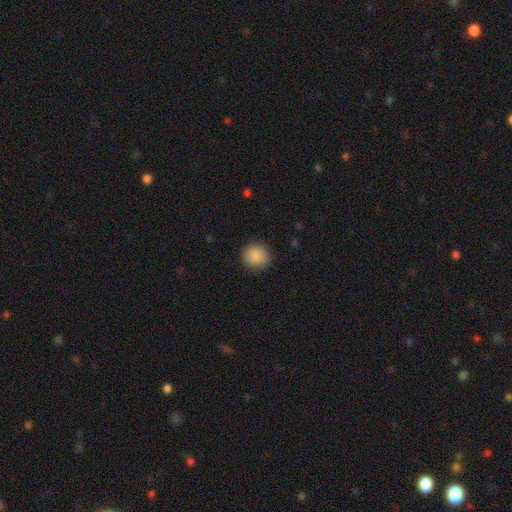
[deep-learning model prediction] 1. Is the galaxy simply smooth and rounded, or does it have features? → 88% smooth, 8% star or artifact, 4% featured or disk.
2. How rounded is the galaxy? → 92% round, 7% in between, 1% cigar-shaped.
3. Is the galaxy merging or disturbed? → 90% none, 7% minor disturbance, 2% major disturbance, 1% merger.